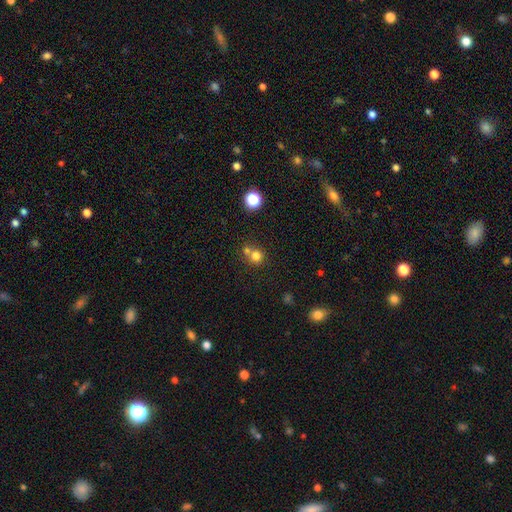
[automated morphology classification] Smooth or featured? Predicted: smooth (p=0.76). How rounded? Predicted: round (p=0.88). Merging? Predicted: none (p=0.52).